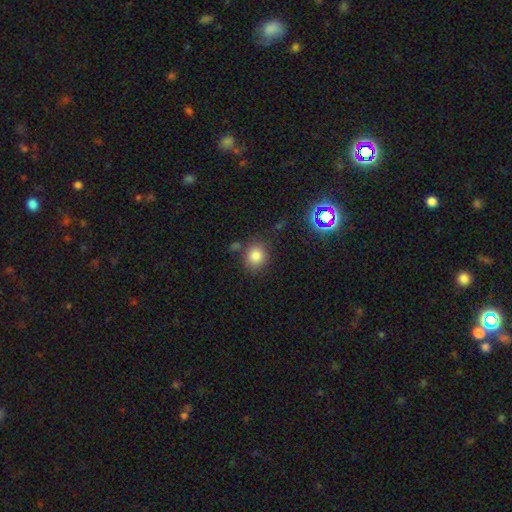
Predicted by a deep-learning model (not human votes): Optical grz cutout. It shows a smooth galaxy with no disk features (80%) that is round (81%). Merging: none (76%).